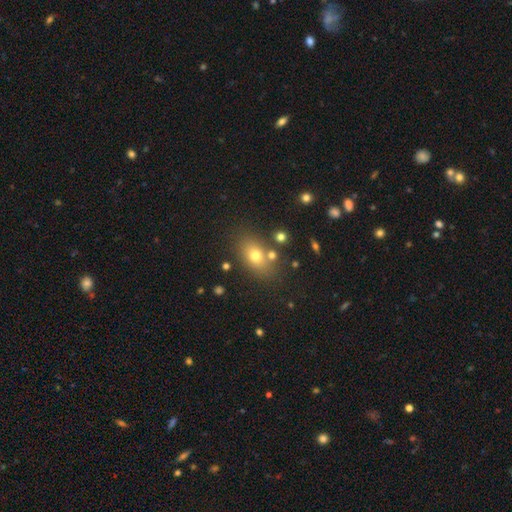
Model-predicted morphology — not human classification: Smooth or featured? smooth (70%)
How rounded? in between (75%)
Merging? none (76%)